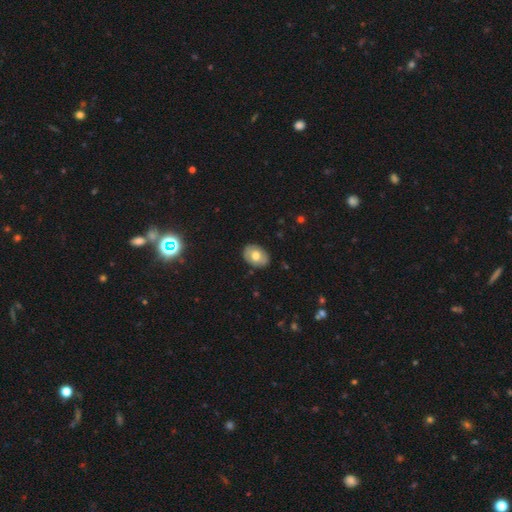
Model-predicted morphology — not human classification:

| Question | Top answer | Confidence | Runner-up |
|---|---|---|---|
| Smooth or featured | smooth | 67% | featured or disk (26%) |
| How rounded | in between | 76% | round (23%) |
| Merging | none | 86% | minor disturbance (11%) |